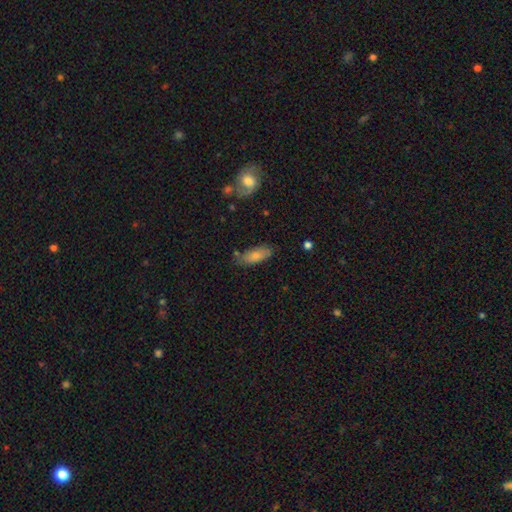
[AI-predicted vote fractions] A smooth galaxy with no disk features (73%) that is in between round and cigar-shaped (78%).

Vote fractions:
- Smooth or featured? smooth: 73% / featured or disk: 20% / star or artifact: 6%
- How rounded? in between: 78% / cigar-shaped: 20% / round: 2%
- Merging? none: 72% / minor disturbance: 20% / merger: 4% / major disturbance: 4%